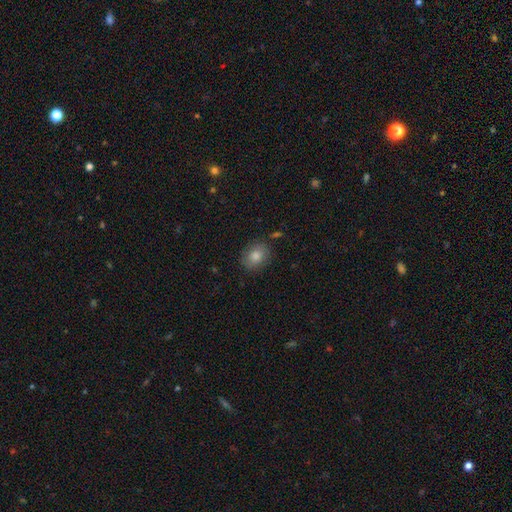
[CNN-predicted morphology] A smooth galaxy with no disk features (74%) that is round (50%).

Vote fractions:
- Smooth or featured? smooth: 74% / featured or disk: 14% / star or artifact: 12%
- How rounded? round: 50% / in between: 49% / cigar-shaped: 1%
- Merging? none: 84% / minor disturbance: 11% / major disturbance: 3% / merger: 2%